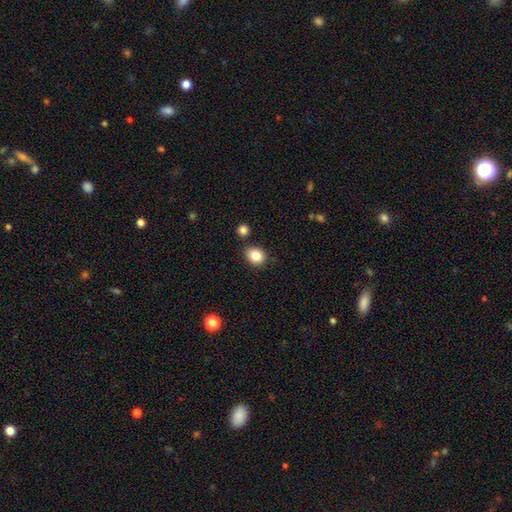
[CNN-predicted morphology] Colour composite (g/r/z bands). It shows a smooth galaxy with no disk features (85%) that is round (54%). Merging: none (84%).